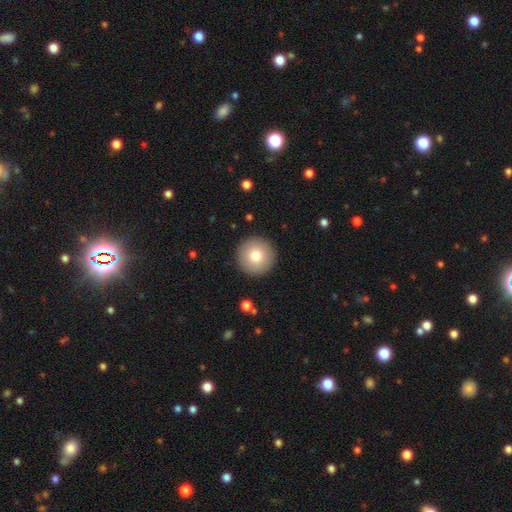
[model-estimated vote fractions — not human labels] Smooth or featured? Predicted: smooth (p=0.79). How rounded? Predicted: round (p=0.97). Merging? Predicted: none (p=0.92).